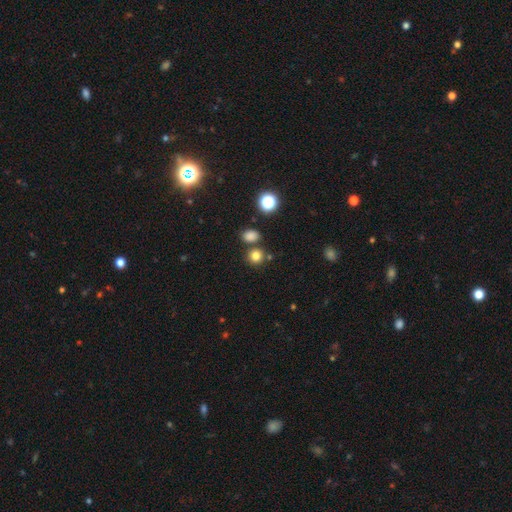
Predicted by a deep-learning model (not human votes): Q: Smooth or featured?
A: smooth (80%); runner-up: star or artifact (15%)
Q: How rounded?
A: round (85%); runner-up: in between (14%)
Q: Merging?
A: none (76%); runner-up: merger (13%)